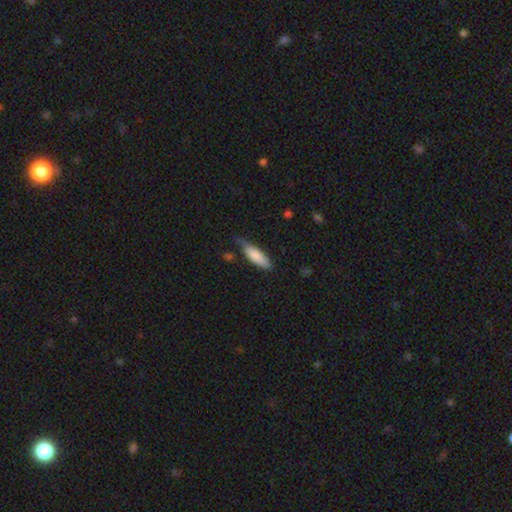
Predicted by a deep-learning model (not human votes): smooth 82%, featured or disk 13%, star or artifact 6%. Down the decision tree: how rounded — cigar-shaped (50%); merging — none (57%).